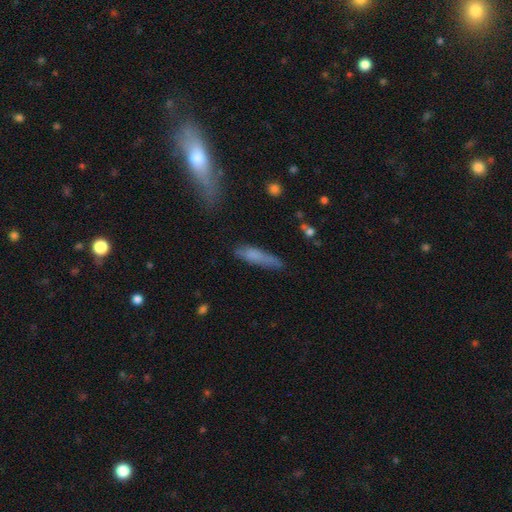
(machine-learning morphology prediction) type=smooth (72%); roundness=cigar-shaped (79%); merging=none (61%).